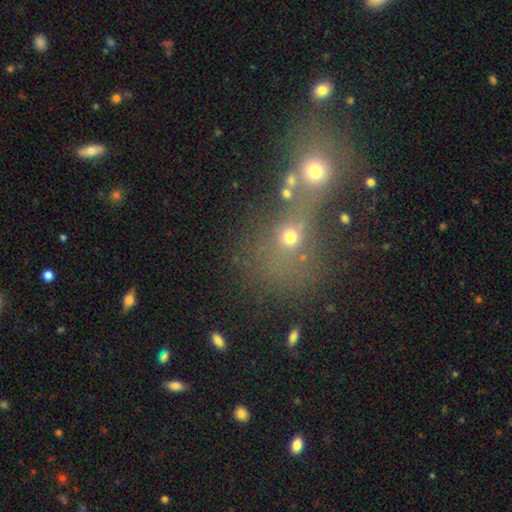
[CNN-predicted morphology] This is possibly a smooth galaxy (47%). Merging: likely merger (66%).